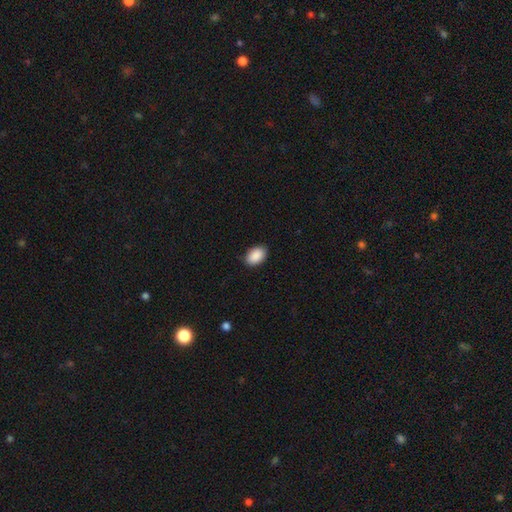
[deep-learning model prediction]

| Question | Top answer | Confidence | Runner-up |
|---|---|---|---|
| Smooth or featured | smooth | 90% | star or artifact (7%) |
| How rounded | in between | 89% | round (10%) |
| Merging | none | 87% | minor disturbance (10%) |